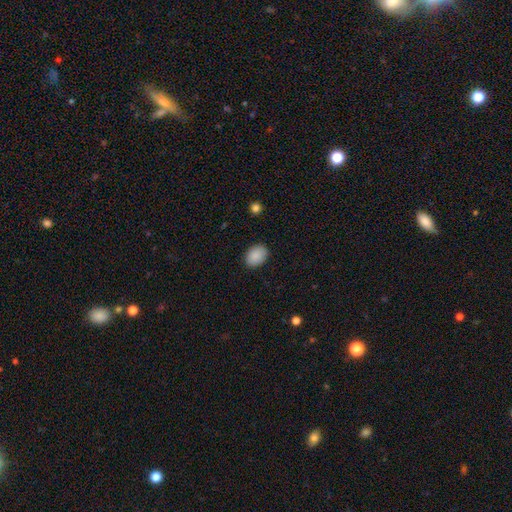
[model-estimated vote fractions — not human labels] The model was most divided on "how rounded": in between: 70%, round: 29%, cigar-shaped: 1%. More confident: smooth or featured — smooth (89%); merging — none (88%).